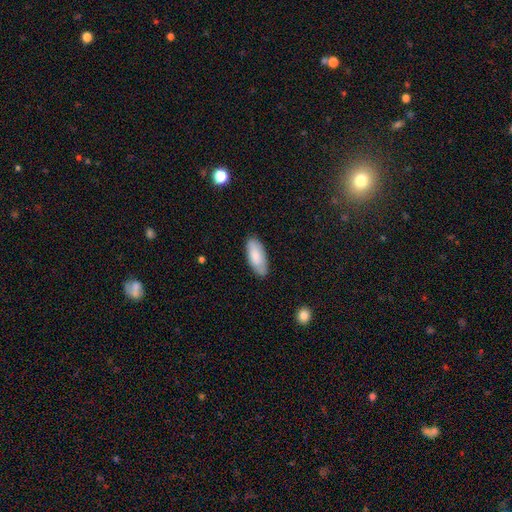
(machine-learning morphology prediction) Smooth or featured? Predicted: smooth (p=0.83). How rounded? Predicted: in between (p=0.84). Merging? Predicted: none (p=0.82).